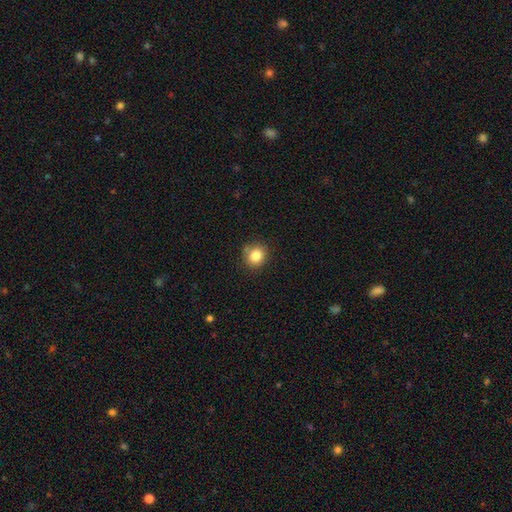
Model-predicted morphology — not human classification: Smooth or featured? smooth (84%)
How rounded? round (84%)
Merging? none (83%)